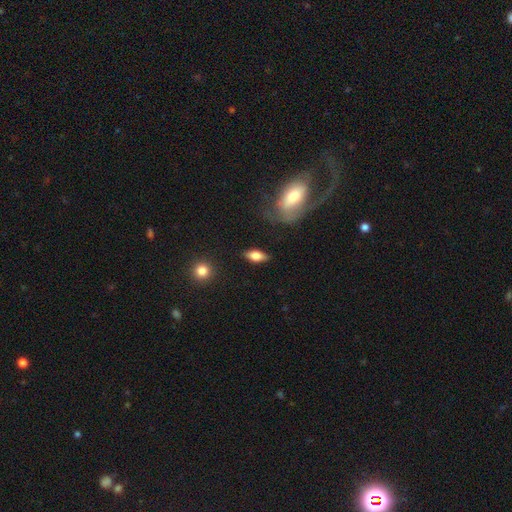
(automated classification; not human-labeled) smooth-or-featured: smooth: 65% | featured or disk: 28% | star or artifact: 7%
  how-rounded: in between: 79% | cigar-shaped: 15% | round: 5%
  merging: none: 82% | minor disturbance: 12% | major disturbance: 3% | merger: 2%